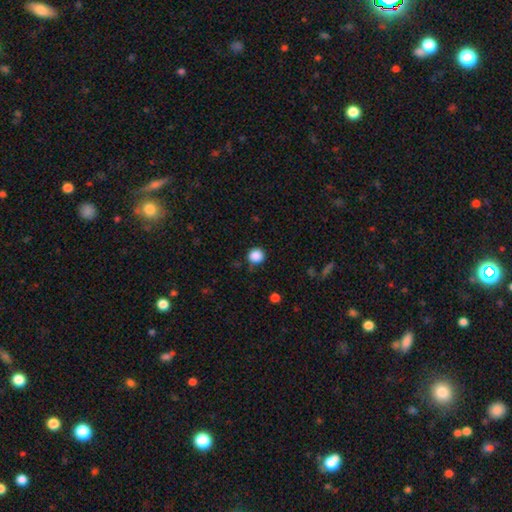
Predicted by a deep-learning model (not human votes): Smooth or featured? Predicted: smooth (p=0.87). How rounded? Predicted: round (p=0.92). Merging? Predicted: none (p=0.81).